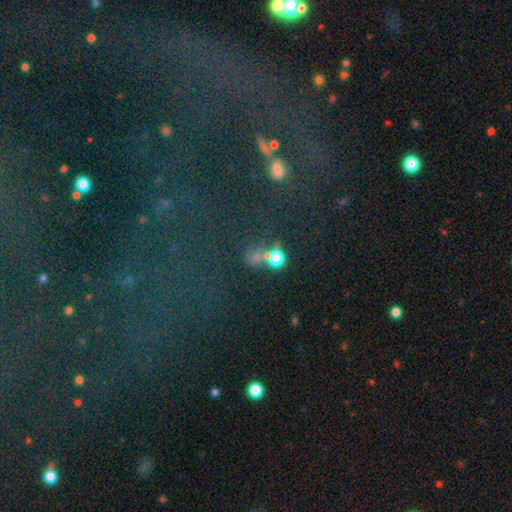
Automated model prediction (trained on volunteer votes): Smooth or featured? smooth (59%)
How rounded? round (78%)
Merging? none (44%)